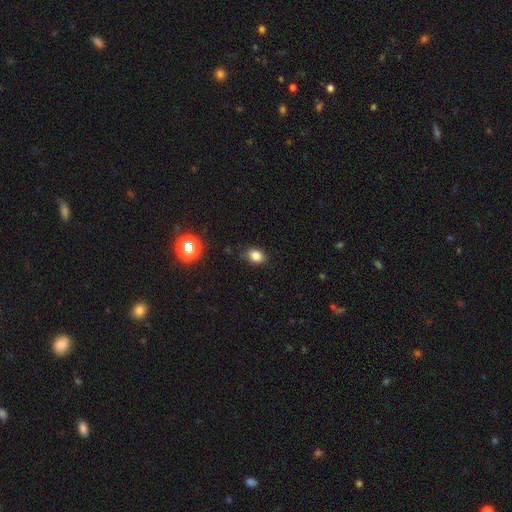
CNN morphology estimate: smooth-or-featured: smooth: 83% | star or artifact: 12% | featured or disk: 5%
  how-rounded: in between: 60% | round: 39% | cigar-shaped: 1%
  merging: none: 78% | minor disturbance: 17% | major disturbance: 3% | merger: 1%